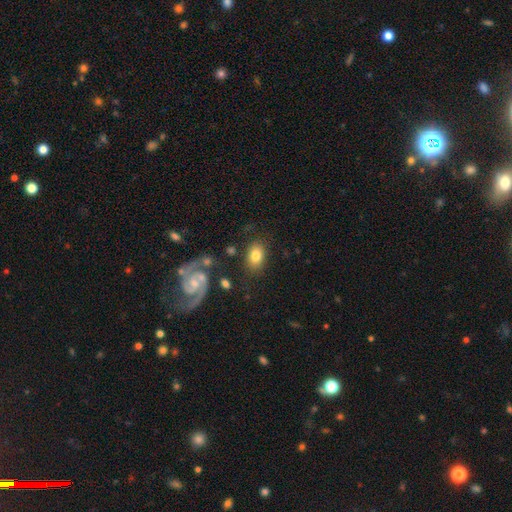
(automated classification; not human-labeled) This is likely a smooth galaxy (76%). How rounded: clearly in between (83%). Merging: likely none (76%).